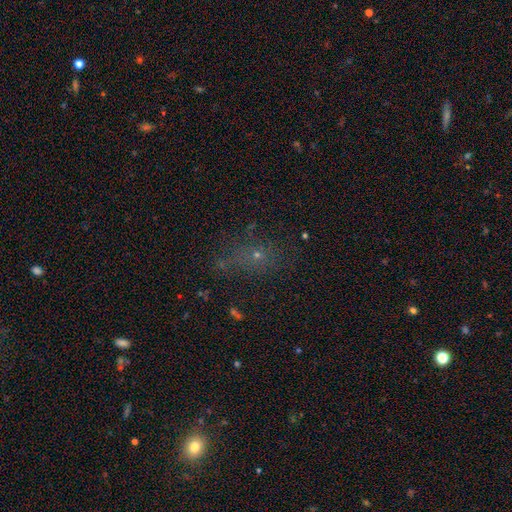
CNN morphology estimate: Smooth or featured: smooth — 46% (star or artifact — 36%)
Merging: none — 60% (minor disturbance — 19%)